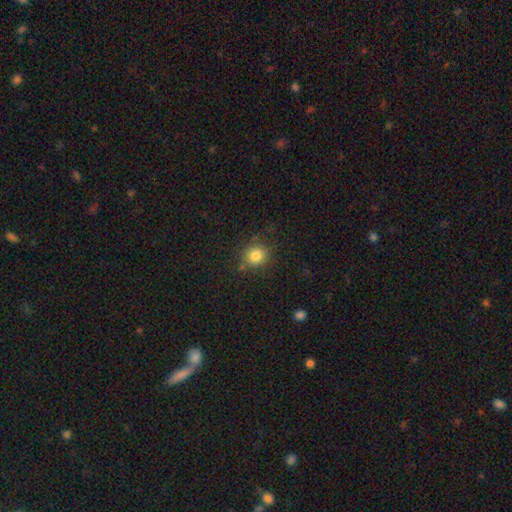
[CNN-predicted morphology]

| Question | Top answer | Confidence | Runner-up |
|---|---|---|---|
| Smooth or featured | smooth | 83% | star or artifact (11%) |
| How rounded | round | 86% | in between (13%) |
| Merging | none | 80% | minor disturbance (12%) |